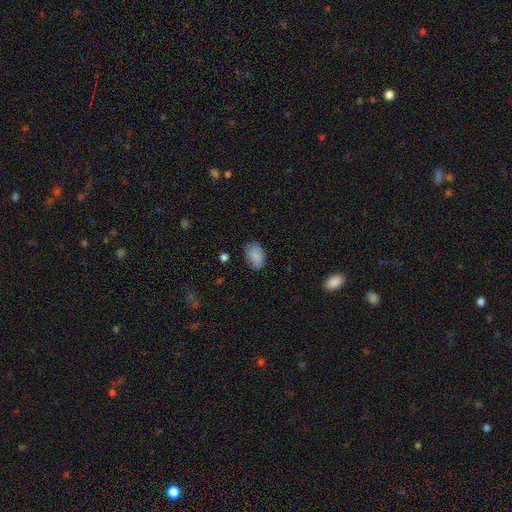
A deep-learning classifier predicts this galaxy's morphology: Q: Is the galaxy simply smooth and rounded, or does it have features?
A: smooth — 87%.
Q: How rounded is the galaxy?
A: in between — 87%.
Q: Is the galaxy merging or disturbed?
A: none — 76%.